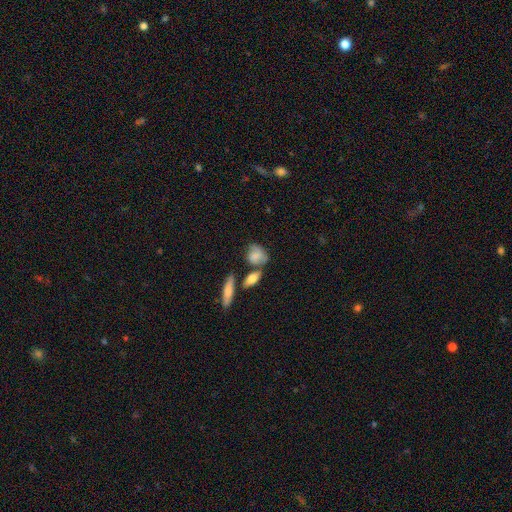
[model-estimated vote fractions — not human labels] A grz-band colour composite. It shows a smooth galaxy with no disk features (67%) that is in between round and cigar-shaped (60%). Merging: none (49%).